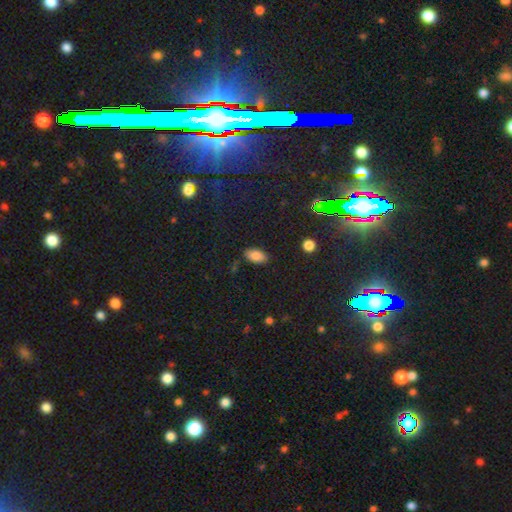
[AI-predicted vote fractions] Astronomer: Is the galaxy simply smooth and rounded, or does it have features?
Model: smooth — 84%.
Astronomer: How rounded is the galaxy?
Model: in between — 93%.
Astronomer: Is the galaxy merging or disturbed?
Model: none — 84%.